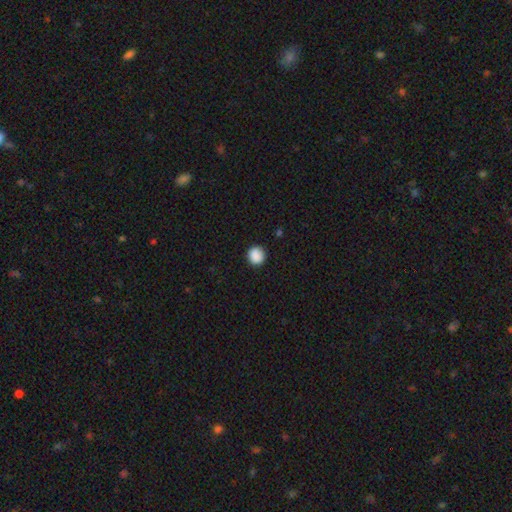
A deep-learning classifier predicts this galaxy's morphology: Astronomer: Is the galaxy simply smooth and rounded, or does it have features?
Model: smooth — 89%.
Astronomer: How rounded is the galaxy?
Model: round — 90%.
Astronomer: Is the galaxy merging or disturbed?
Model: none — 91%.